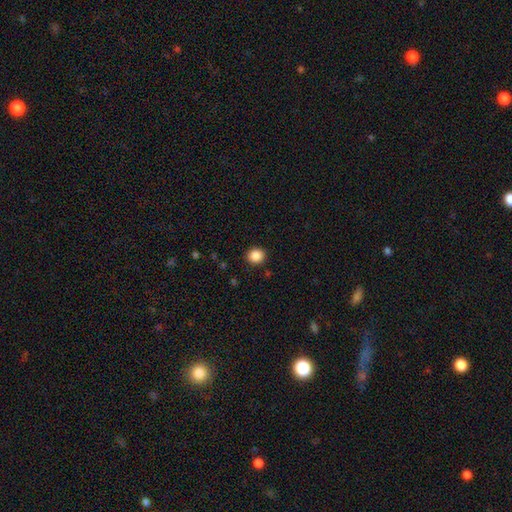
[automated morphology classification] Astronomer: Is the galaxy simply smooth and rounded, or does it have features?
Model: smooth — 88%.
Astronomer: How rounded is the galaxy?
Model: round — 84%.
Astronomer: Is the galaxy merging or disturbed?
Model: none — 90%.